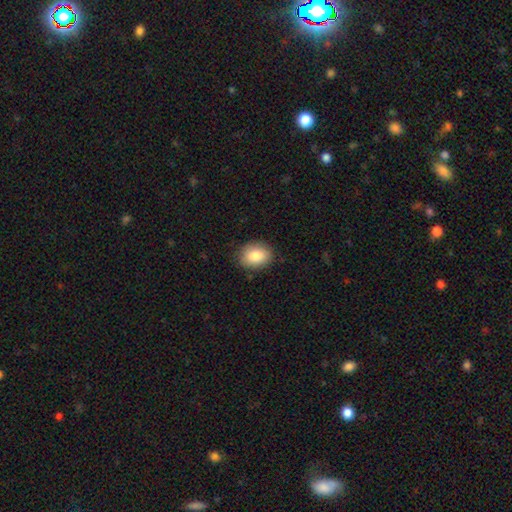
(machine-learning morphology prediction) A smooth galaxy with no disk features (85%) that is in between round and cigar-shaped (63%).

Vote fractions:
- Smooth or featured? smooth: 85% / star or artifact: 8% / featured or disk: 7%
- How rounded? in between: 63% / round: 36% / cigar-shaped: 1%
- Merging? none: 85% / minor disturbance: 11% / major disturbance: 2% / merger: 1%